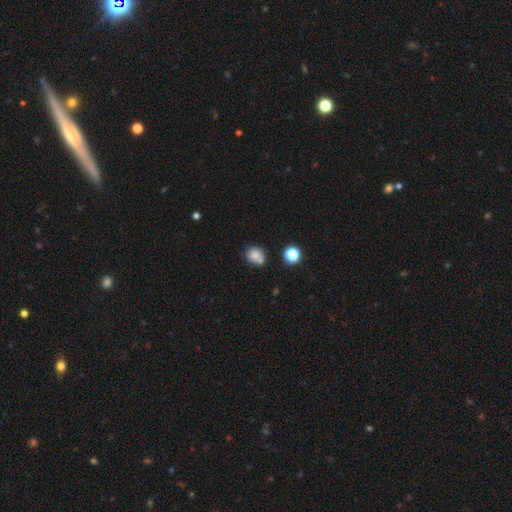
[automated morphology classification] Overall: smooth (80%). How rounded: round (70%). Merging: none (53%; merger 23%).